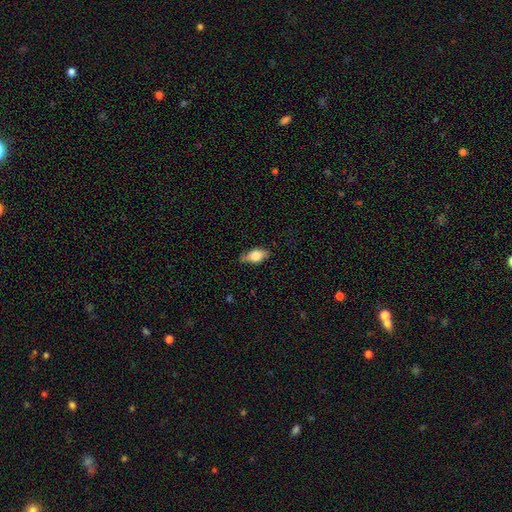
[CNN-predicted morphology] Smooth or featured?
  - smooth: 72% *
  - featured or disk: 21%
  - star or artifact: 7%
How rounded?
  - in between: 87% *
  - cigar-shaped: 8%
  - round: 6%
Merging?
  - none: 76% *
  - minor disturbance: 20%
  - major disturbance: 3%
  - merger: 1%